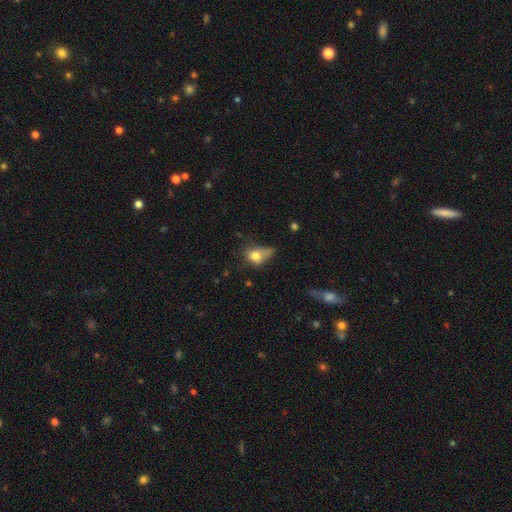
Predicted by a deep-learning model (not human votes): A smooth galaxy with no disk features (72%) that is in between round and cigar-shaped (61%).

Vote fractions:
- Smooth or featured? smooth: 72% / featured or disk: 17% / star or artifact: 11%
- How rounded? in between: 61% / round: 36% / cigar-shaped: 3%
- Merging? minor disturbance: 33% / major disturbance: 31% / none: 28% / merger: 8%